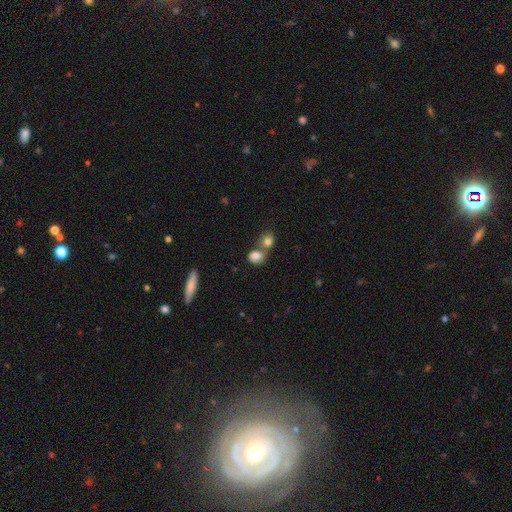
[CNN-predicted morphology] A smooth galaxy with no disk features (80%) that is round (54%). Merging: merger (46%).